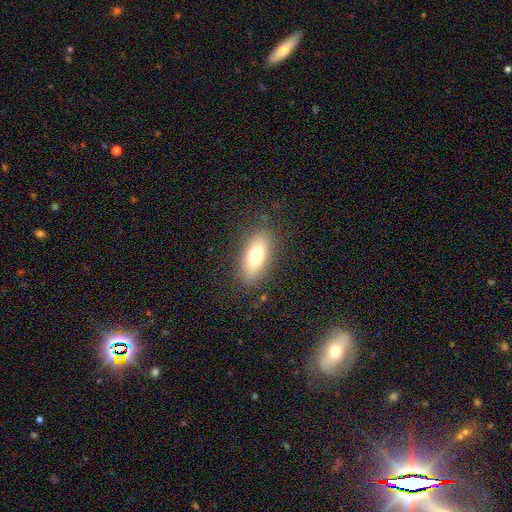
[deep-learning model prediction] smooth 73%, featured or disk 19%, star or artifact 9%. Down the decision tree: how rounded — in between (79%); merging — none (84%).